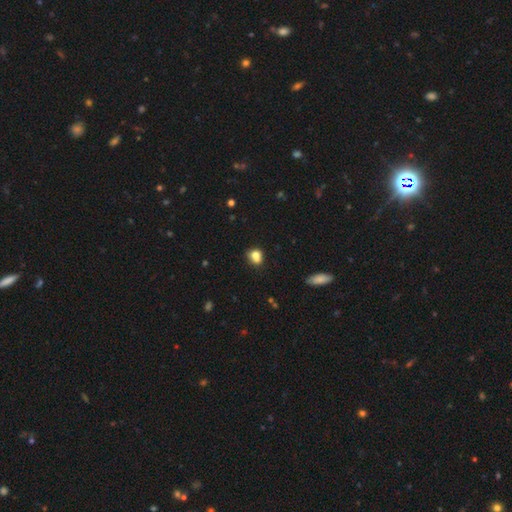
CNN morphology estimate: Smooth or featured? smooth (78%)
How rounded? round (55%)
Merging? none (50%)